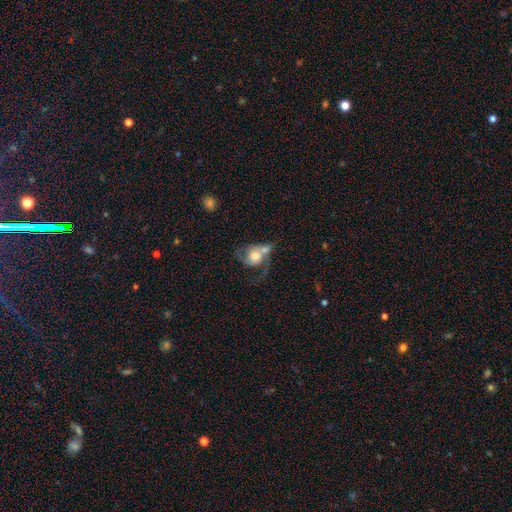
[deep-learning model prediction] A smooth galaxy with no disk features (48%).

Vote fractions:
- Smooth or featured? smooth: 48% / featured or disk: 44% / star or artifact: 8%
- Merging? merger: 49% / major disturbance: 23% / none: 17% / minor disturbance: 11%